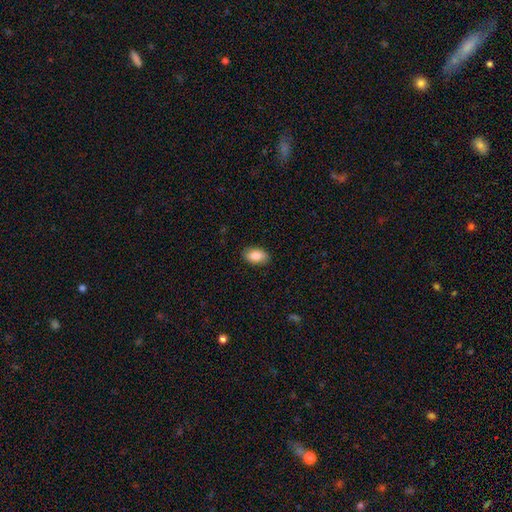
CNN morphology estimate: type=smooth (87%); roundness=in between (93%); merging=none (88%).